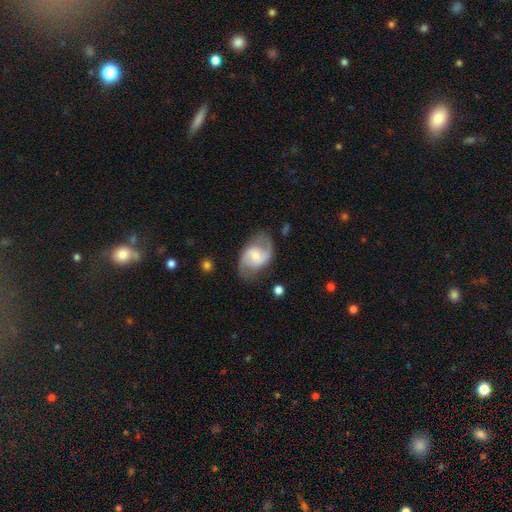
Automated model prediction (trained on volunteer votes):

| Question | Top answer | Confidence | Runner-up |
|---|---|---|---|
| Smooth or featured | featured or disk | 77% | smooth (17%) |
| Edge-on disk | no | 97% | yes (3%) |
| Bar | weak | 48% | no (38%) |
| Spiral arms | yes | 92% | no (8%) |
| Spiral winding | medium | 47% | loose (37%) |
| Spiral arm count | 2 | 89% | can't tell (6%) |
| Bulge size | small | 51% | moderate (42%) |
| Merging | none | 72% | minor disturbance (18%) |